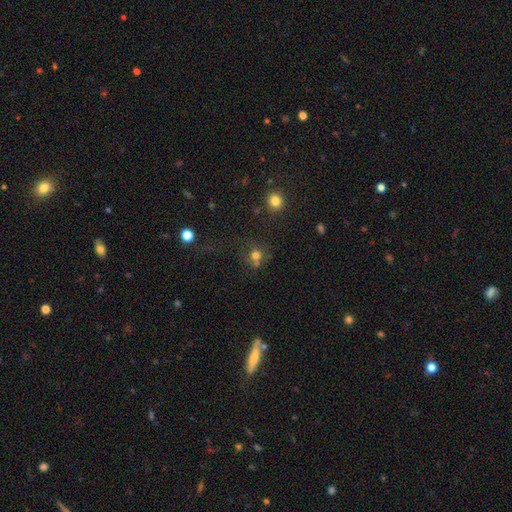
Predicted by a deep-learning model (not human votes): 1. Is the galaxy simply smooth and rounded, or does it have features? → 70% smooth, 20% star or artifact, 10% featured or disk.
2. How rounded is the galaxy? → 85% round, 14% in between, 1% cigar-shaped.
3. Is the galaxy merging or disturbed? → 58% none, 21% merger, 13% minor disturbance, 8% major disturbance.